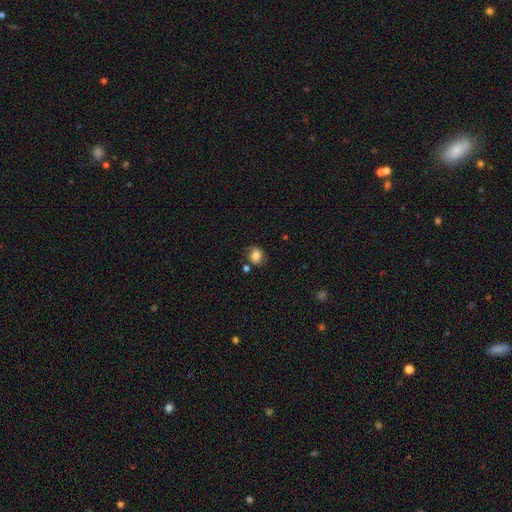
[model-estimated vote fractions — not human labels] Morphology: type=smooth (78%); roundness=round (65%); merging=none (67%).